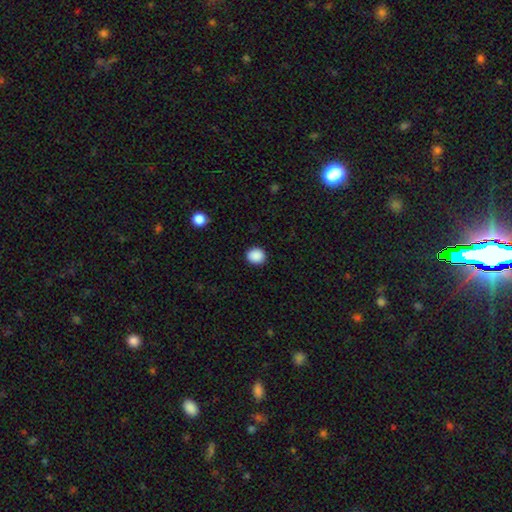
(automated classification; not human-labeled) smooth-or-featured: smooth: 89% | star or artifact: 9% | featured or disk: 2%
  how-rounded: round: 79% | in between: 20% | cigar-shaped: 1%
  merging: none: 91% | minor disturbance: 6% | major disturbance: 2% | merger: 1%